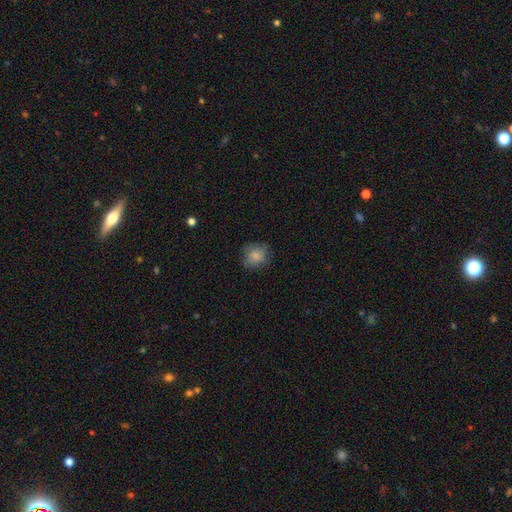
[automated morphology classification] Smooth or featured? Predicted: smooth (p=0.84). How rounded? Predicted: round (p=0.86). Merging? Predicted: none (p=0.79).